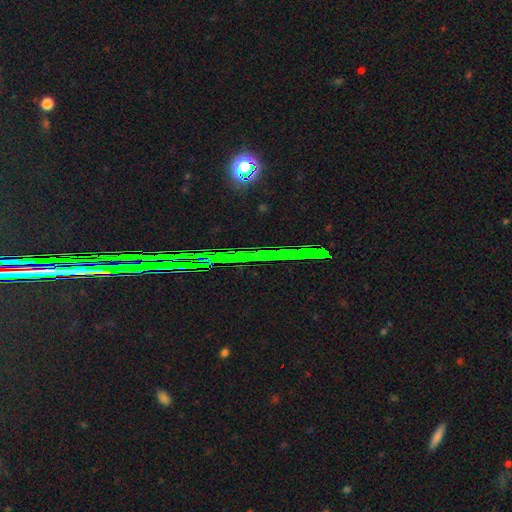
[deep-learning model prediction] Smooth or featured: star or artifact — 81% (featured or disk — 10%)